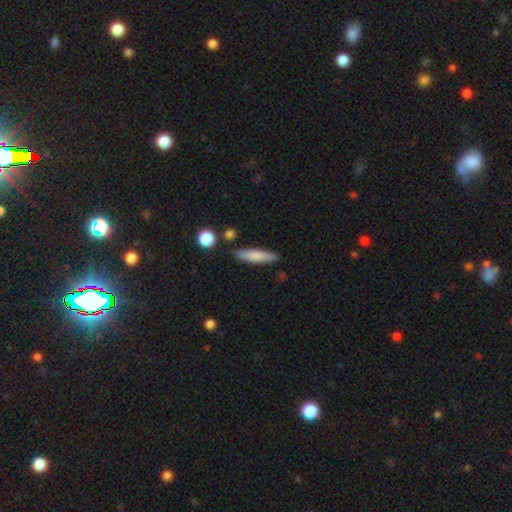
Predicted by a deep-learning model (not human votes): smooth_or_featured: smooth (p=0.77) [alt: featured or disk p=0.17]
how_rounded: cigar-shaped (p=0.83) [alt: in between p=0.15]
merging: none (p=0.84) [alt: minor disturbance p=0.10]